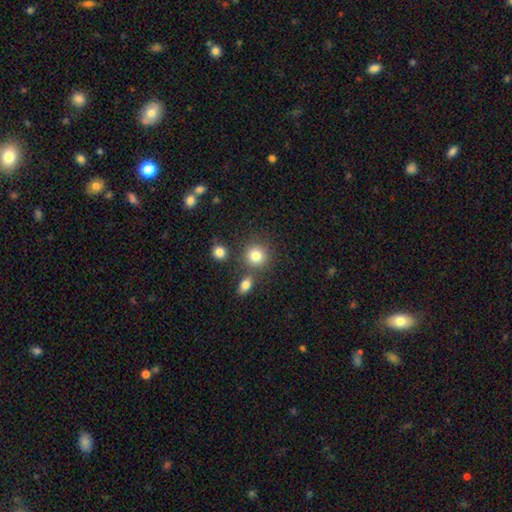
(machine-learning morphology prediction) Smooth or featured? Predicted: smooth (p=0.81). How rounded? Predicted: round (p=0.87). Merging? Predicted: none (p=0.75).